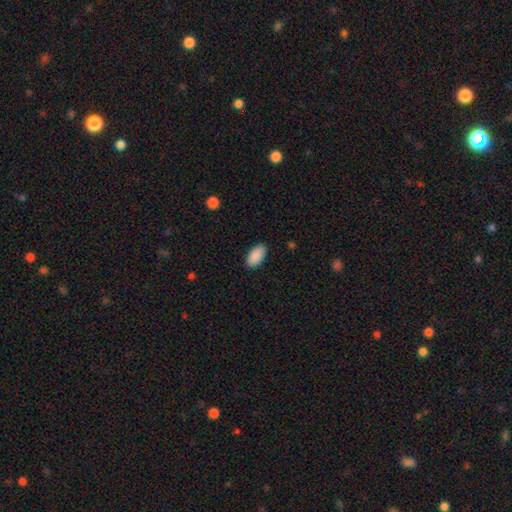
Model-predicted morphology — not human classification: Smooth or featured? Predicted: smooth (p=0.90). How rounded? Predicted: in between (p=0.95). Merging? Predicted: none (p=0.89).